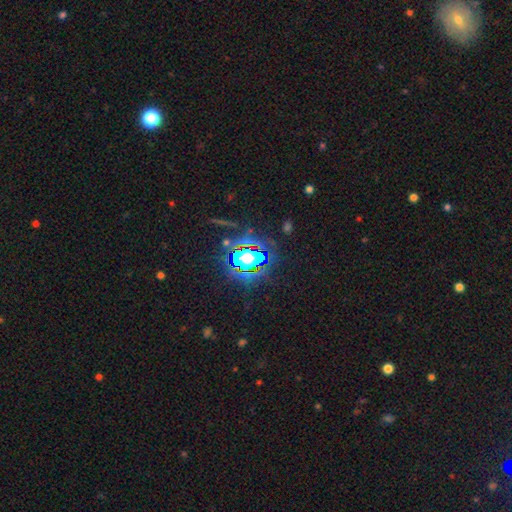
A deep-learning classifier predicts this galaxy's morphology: Smooth or featured: star or artifact — 77% (smooth — 14%)